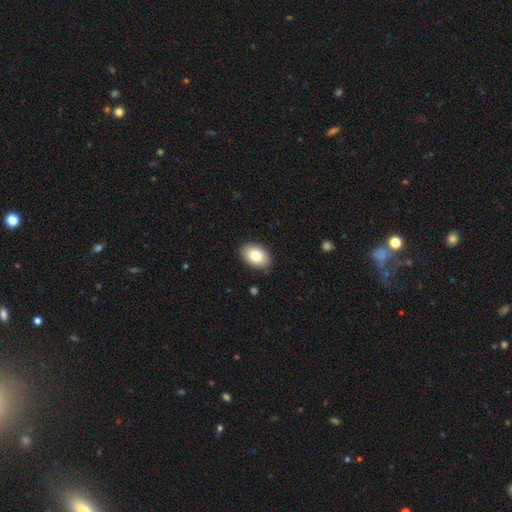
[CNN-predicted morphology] The model was most divided on "smooth or featured": smooth: 81%, featured or disk: 11%, star or artifact: 7%. More confident: merging — none (88%); how rounded — in between (86%).